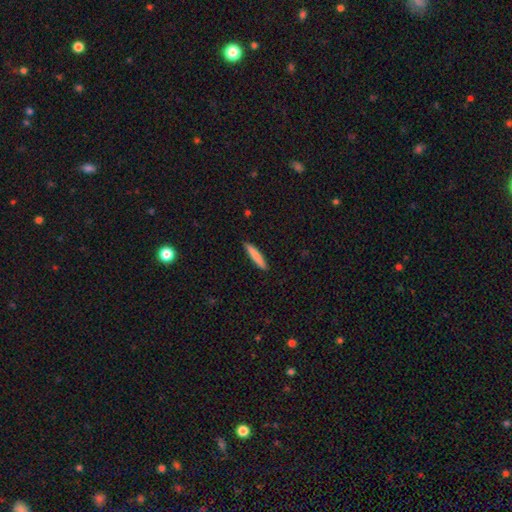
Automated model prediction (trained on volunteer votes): Smooth or featured: smooth — 82% (featured or disk — 12%)
How rounded: cigar-shaped — 92% (in between — 7%)
Merging: none — 89% (minor disturbance — 8%)